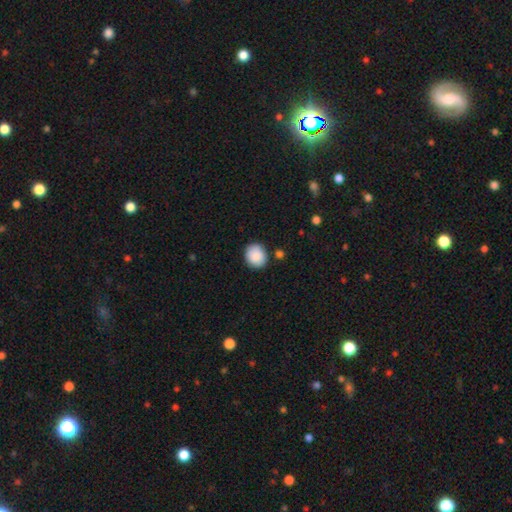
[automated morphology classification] This is clearly a smooth galaxy (88%). How rounded: likely round (69%). Merging: clearly none (82%).